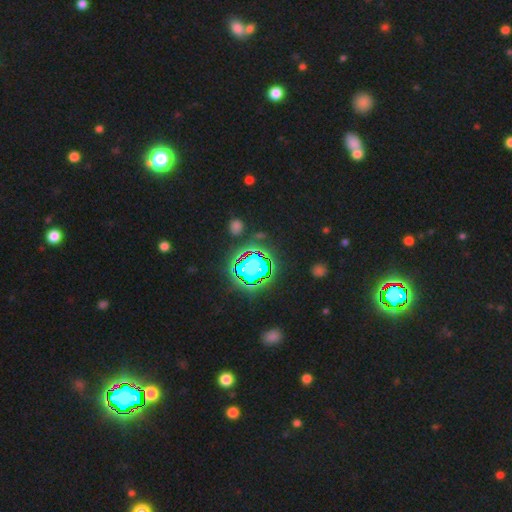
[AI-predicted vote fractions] Smooth or featured? Predicted: star or artifact (p=0.82).